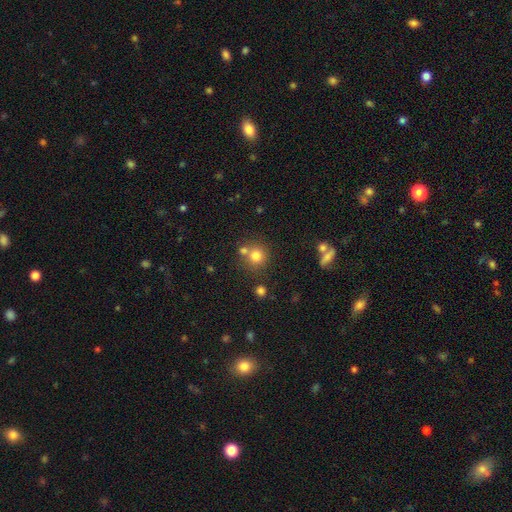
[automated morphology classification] Smooth or featured? Predicted: smooth (p=0.76). How rounded? Predicted: round (p=0.91). Merging? Predicted: none (p=0.64).